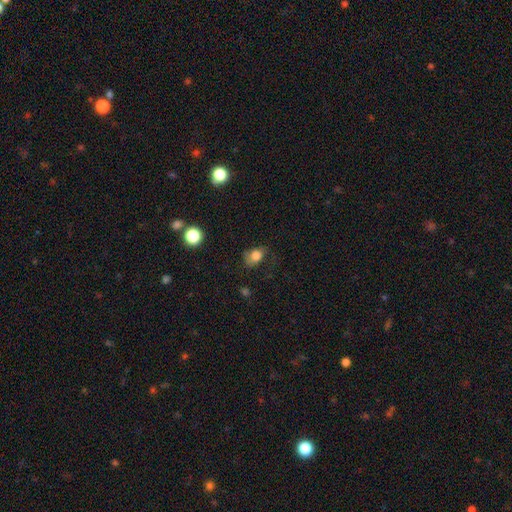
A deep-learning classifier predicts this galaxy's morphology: This appears to be a smooth galaxy with no disk features (71%) that is in between round and cigar-shaped (62%). Merging: none (47%).